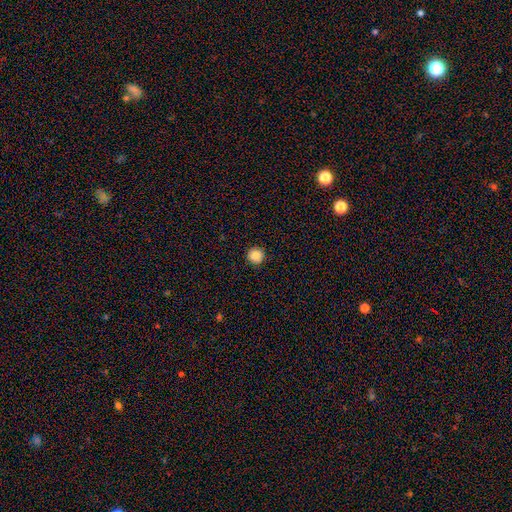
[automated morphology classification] Smooth or featured? smooth (86%)
How rounded? round (95%)
Merging? none (90%)